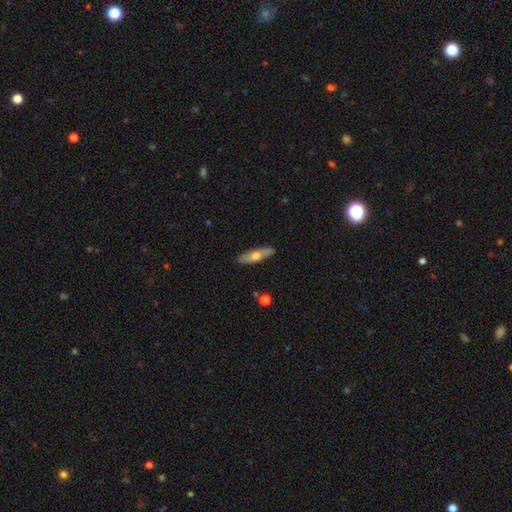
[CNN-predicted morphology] Smooth or featured?
  - smooth: 56% *
  - featured or disk: 38%
  - star or artifact: 6%
How rounded?
  - cigar-shaped: 58% *
  - in between: 39%
  - round: 2%
Merging?
  - none: 87% *
  - minor disturbance: 10%
  - major disturbance: 2%
  - merger: 1%